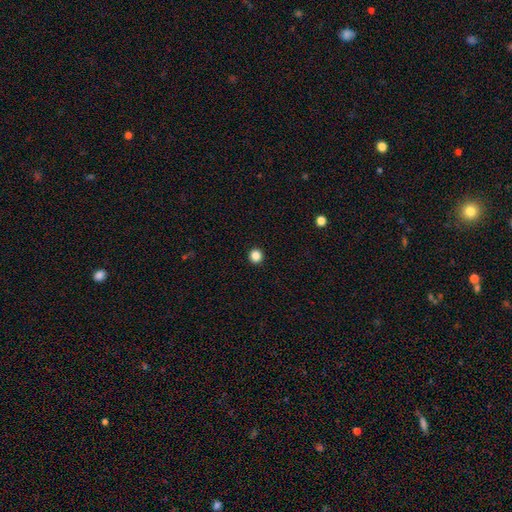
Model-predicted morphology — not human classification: smooth-or-featured: smooth: 86% | star or artifact: 11% | featured or disk: 3%
  how-rounded: round: 94% | in between: 5% | cigar-shaped: 1%
  merging: none: 94% | minor disturbance: 4% | major disturbance: 1% | merger: 1%